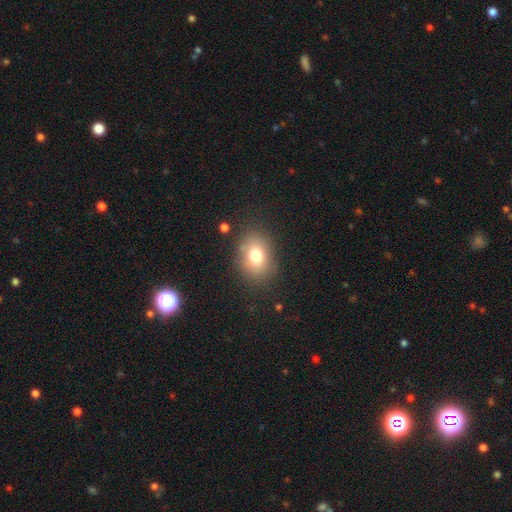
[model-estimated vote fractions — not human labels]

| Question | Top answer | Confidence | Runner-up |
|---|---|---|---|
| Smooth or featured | smooth | 77% | featured or disk (12%) |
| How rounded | in between | 68% | round (31%) |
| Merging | none | 81% | minor disturbance (12%) |